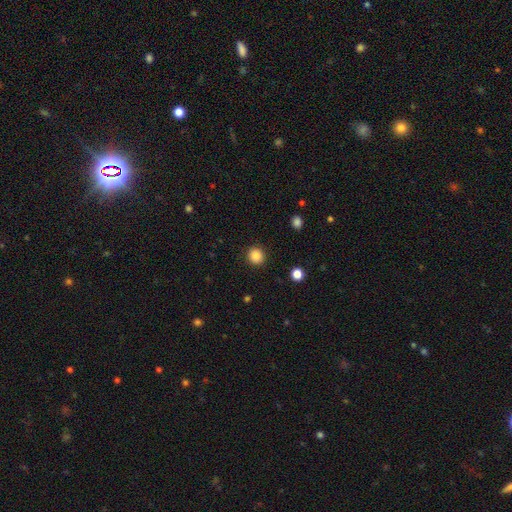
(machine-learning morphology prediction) smooth-or-featured: smooth: 87% | star or artifact: 10% | featured or disk: 3%
  how-rounded: round: 89% | in between: 10% | cigar-shaped: 1%
  merging: none: 91% | minor disturbance: 6% | major disturbance: 2% | merger: 1%